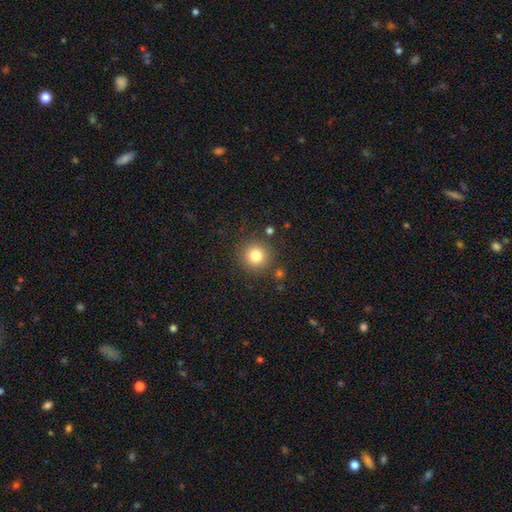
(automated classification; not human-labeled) Smooth or featured? Predicted: smooth (p=0.81). How rounded? Predicted: round (p=0.95). Merging? Predicted: none (p=0.86).